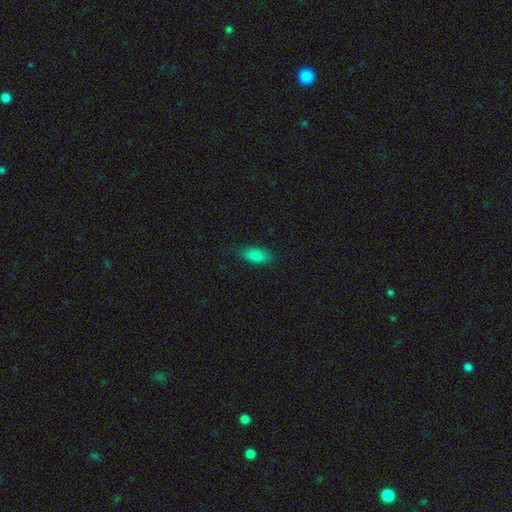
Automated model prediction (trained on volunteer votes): Morphology: type=smooth (83%); roundness=in between (83%); merging=none (83%).